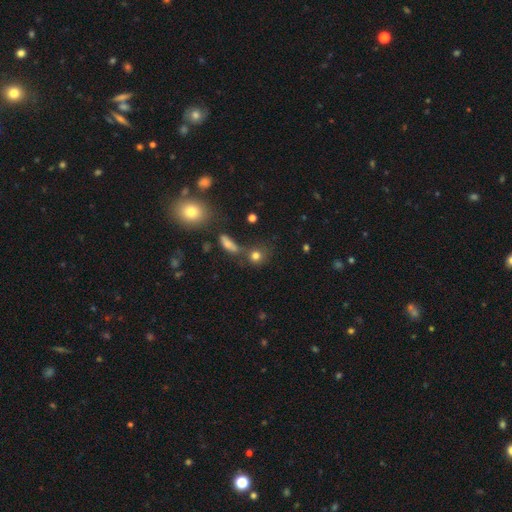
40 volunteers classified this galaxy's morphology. smooth 95%, featured or disk 2%, star or artifact 2%. Down the decision tree: how rounded — round (79%); merging — none (59%).